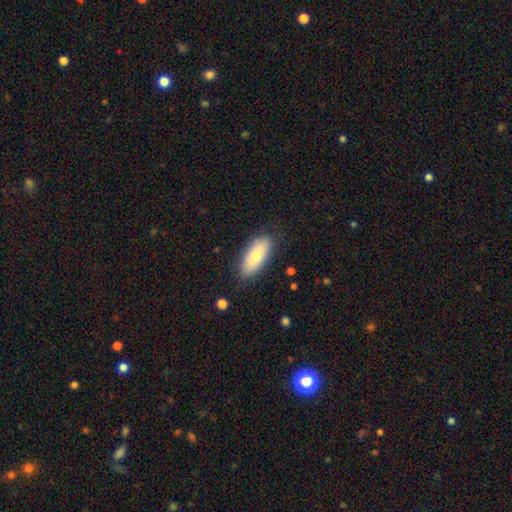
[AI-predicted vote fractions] The model was most divided on "smooth or featured": smooth: 76%, featured or disk: 17%, star or artifact: 6%. More confident: how rounded — in between (85%); merging — none (81%).